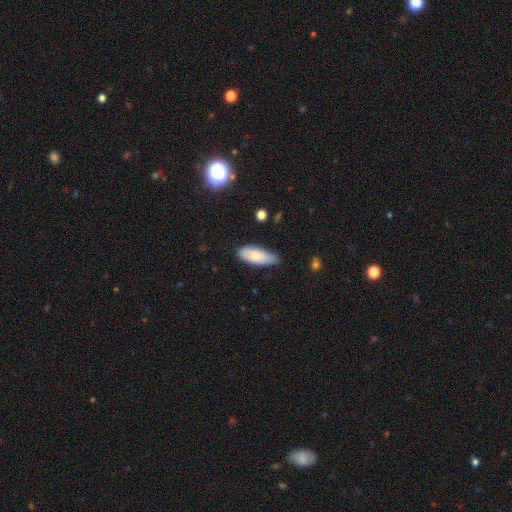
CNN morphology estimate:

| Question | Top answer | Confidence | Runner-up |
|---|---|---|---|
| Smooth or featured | smooth | 80% | featured or disk (14%) |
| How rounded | in between | 79% | cigar-shaped (19%) |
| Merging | none | 74% | minor disturbance (21%) |